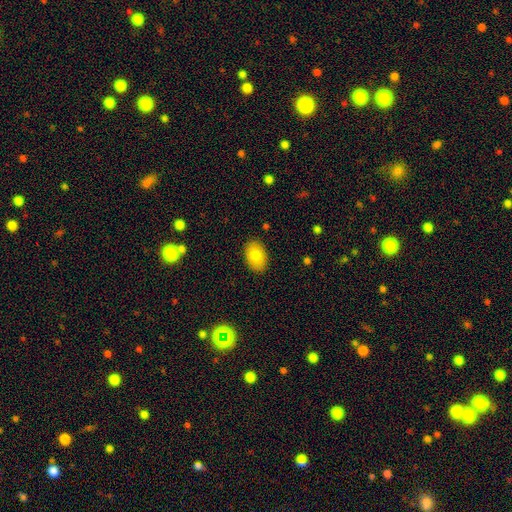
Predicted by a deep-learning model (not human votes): The model was most divided on "smooth or featured": smooth: 80%, featured or disk: 12%, star or artifact: 8%. More confident: merging — none (88%); how rounded — in between (86%).